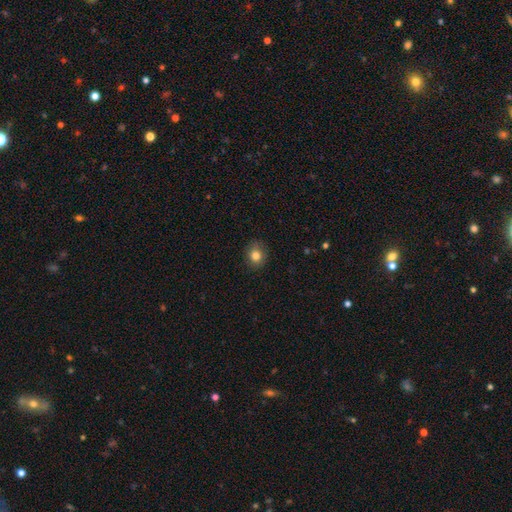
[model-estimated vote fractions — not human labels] smooth-or-featured: smooth: 82% | star or artifact: 11% | featured or disk: 8%
  how-rounded: round: 70% | in between: 29% | cigar-shaped: 1%
  merging: none: 84% | minor disturbance: 12% | major disturbance: 3% | merger: 1%